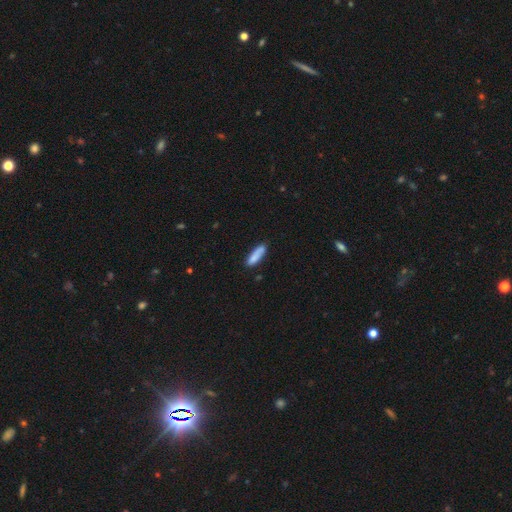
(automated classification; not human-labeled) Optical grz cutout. It shows a smooth galaxy with no disk features (83%) that is cigar-shaped (64%). Merging: none (74%).